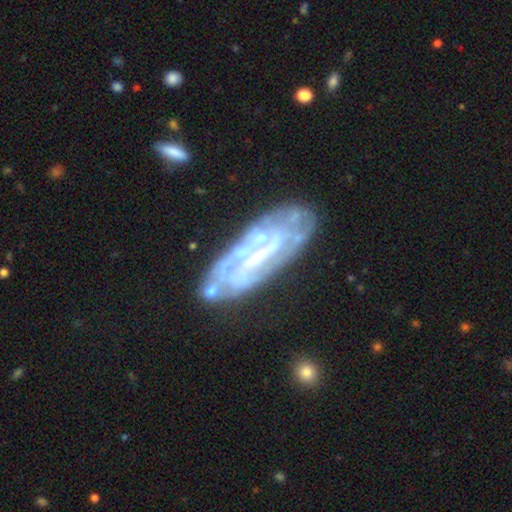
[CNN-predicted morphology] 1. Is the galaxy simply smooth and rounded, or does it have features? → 81% featured or disk, 12% smooth, 7% star or artifact.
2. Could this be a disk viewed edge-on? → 87% no, 13% yes.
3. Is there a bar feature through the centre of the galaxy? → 38% weak, 34% strong, 29% no.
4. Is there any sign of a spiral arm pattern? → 78% yes, 22% no.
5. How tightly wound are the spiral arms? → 57% tight, 32% medium, 11% loose.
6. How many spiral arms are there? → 47% can't tell, 31% 2, 10% 3, 5% 4, 4% 1, 4% more than 4.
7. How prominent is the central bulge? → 56% small, 27% moderate, 13% none, 3% large, 1% dominant.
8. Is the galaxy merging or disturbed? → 70% none, 18% minor disturbance, 7% major disturbance, 4% merger.